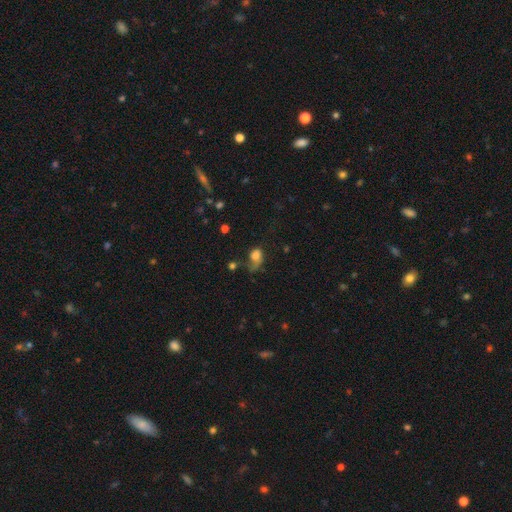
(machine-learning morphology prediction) Smooth or featured: smooth — 66% (featured or disk — 22%)
How rounded: in between — 67% (round — 31%)
Merging: major disturbance — 44% (none — 25%)